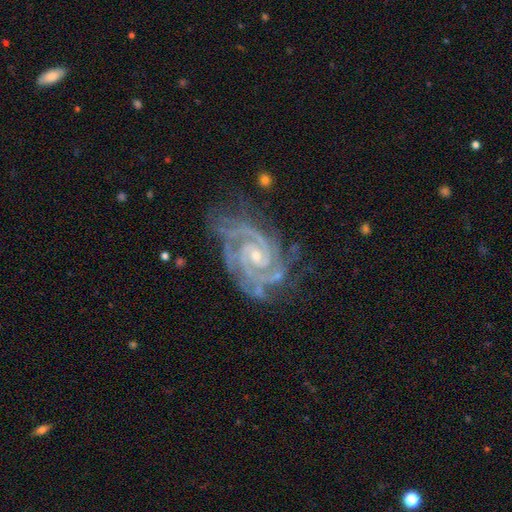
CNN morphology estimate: type=featured or disk (93%); edge-on=no (98%); bar=no (57%); spiral arms=yes (99%); winding=tight (70%); arm count=2 (53%); bulge=small (68%); merging=none (65%).